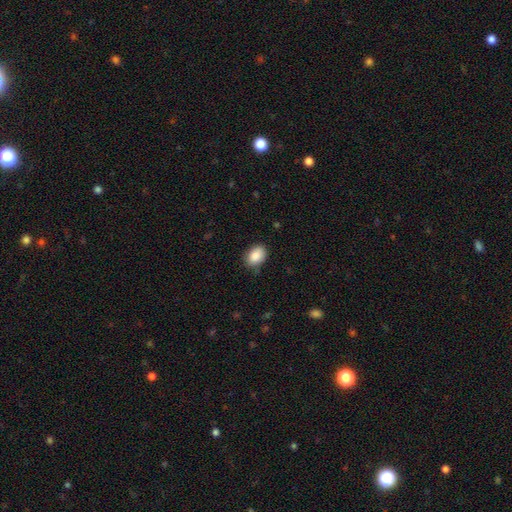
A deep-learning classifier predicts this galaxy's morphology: A smooth galaxy with no disk features (88%) that is in between round and cigar-shaped (73%). Merging: none (76%).